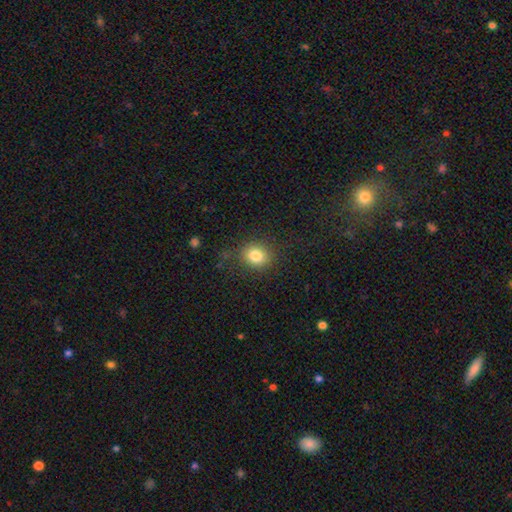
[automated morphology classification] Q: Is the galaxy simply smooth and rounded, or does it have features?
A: smooth — 82%.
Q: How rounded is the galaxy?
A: round — 70%.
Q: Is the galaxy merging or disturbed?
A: none — 84%.